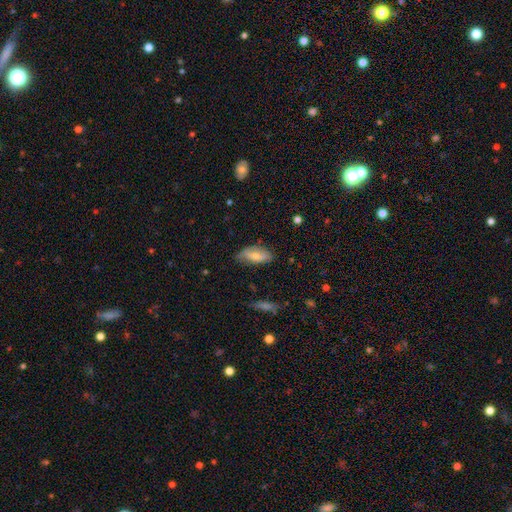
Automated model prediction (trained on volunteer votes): smooth-or-featured: smooth: 64% | featured or disk: 29% | star or artifact: 7%
  how-rounded: in between: 88% | cigar-shaped: 9% | round: 3%
  merging: none: 65% | minor disturbance: 28% | major disturbance: 6% | merger: 2%